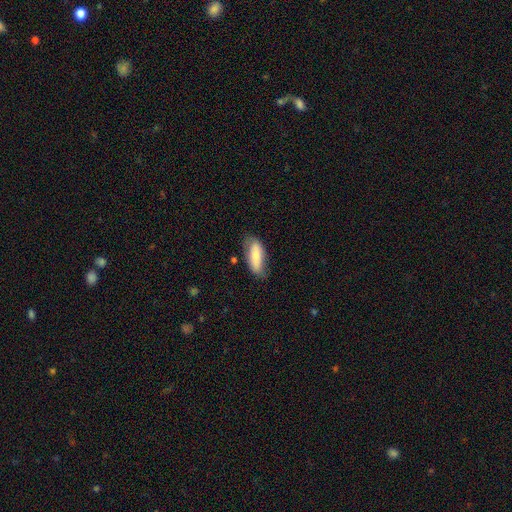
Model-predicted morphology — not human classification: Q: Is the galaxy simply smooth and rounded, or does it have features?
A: smooth — 70%.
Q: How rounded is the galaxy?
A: in between — 76%.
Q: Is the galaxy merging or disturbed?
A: none — 68%.